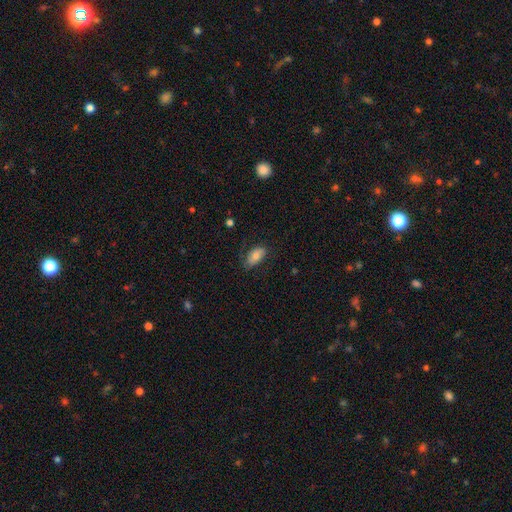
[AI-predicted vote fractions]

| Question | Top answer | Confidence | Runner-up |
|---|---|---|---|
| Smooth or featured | smooth | 72% | featured or disk (20%) |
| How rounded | in between | 92% | round (5%) |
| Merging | none | 68% | minor disturbance (23%) |